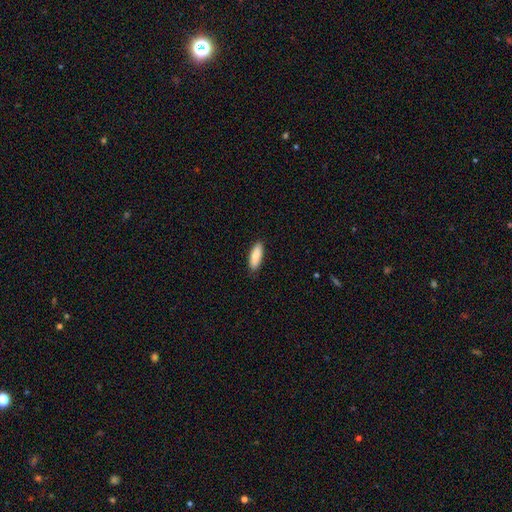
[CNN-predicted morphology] Smooth or featured? Predicted: smooth (p=0.88). How rounded? Predicted: in between (p=0.59). Merging? Predicted: none (p=0.89).